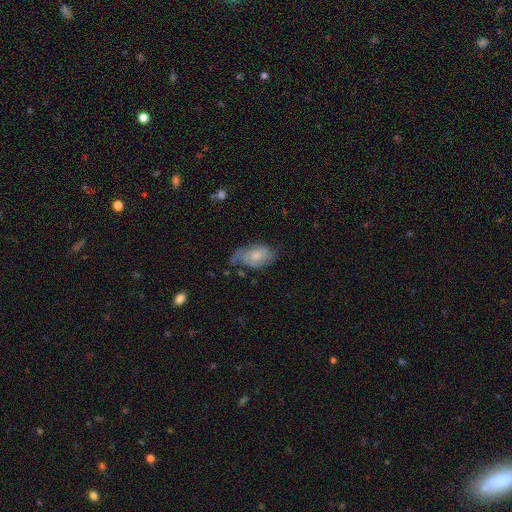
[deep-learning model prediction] This appears to be a featured or disk galaxy (47%). Merging: none (42%).